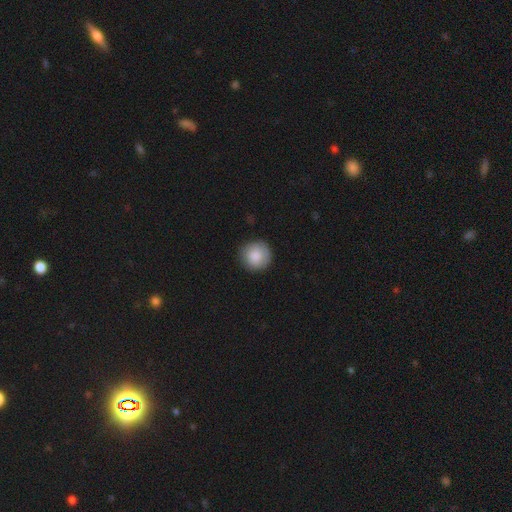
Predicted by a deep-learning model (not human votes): Smooth or featured? Predicted: smooth (p=0.85). How rounded? Predicted: round (p=0.95). Merging? Predicted: none (p=0.86).